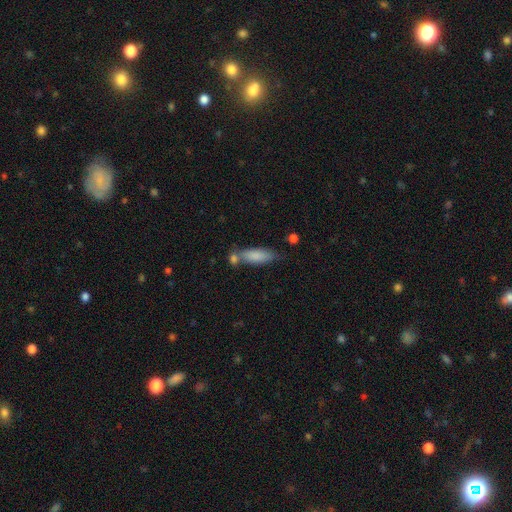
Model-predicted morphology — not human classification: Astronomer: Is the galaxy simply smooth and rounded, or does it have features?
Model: smooth — 83%.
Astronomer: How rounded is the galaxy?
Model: in between — 58% (runner-up: cigar-shaped, 39%).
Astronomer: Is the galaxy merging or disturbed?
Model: none — 54%.